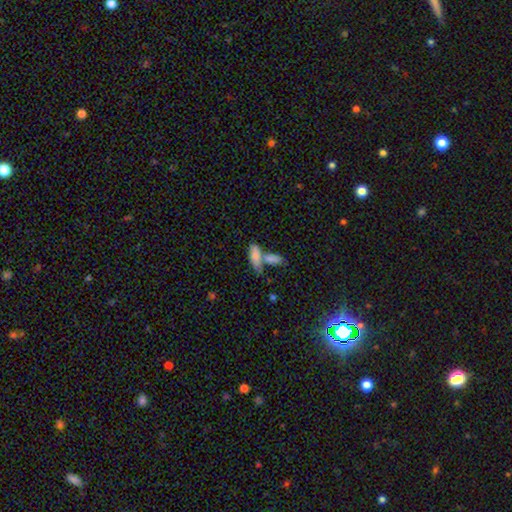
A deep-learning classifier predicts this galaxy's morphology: A smooth galaxy with no disk features (79%) that is in between round and cigar-shaped (71%).

Vote fractions:
- Smooth or featured? smooth: 79% / featured or disk: 14% / star or artifact: 7%
- How rounded? in between: 71% / cigar-shaped: 26% / round: 3%
- Merging? merger: 52% / none: 33% / minor disturbance: 10% / major disturbance: 5%